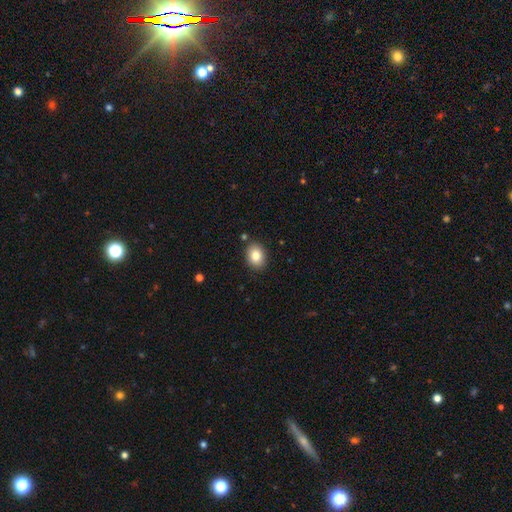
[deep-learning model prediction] A smooth galaxy with no disk features (84%) that is in between round and cigar-shaped (66%). Merging: none (87%).